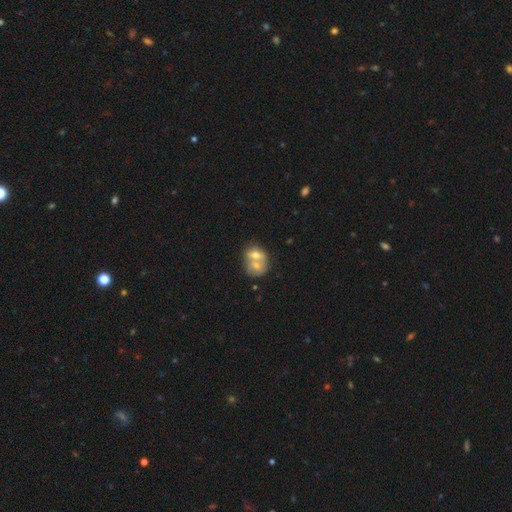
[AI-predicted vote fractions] This is likely a smooth galaxy (60%). How rounded: possibly round (52%). Merging: likely merger (73%).